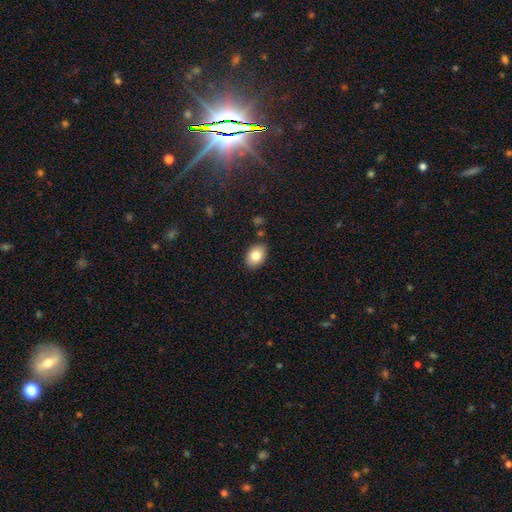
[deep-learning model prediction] Smooth or featured: smooth — 82% (featured or disk — 11%)
How rounded: in between — 81% (round — 18%)
Merging: none — 86% (minor disturbance — 10%)